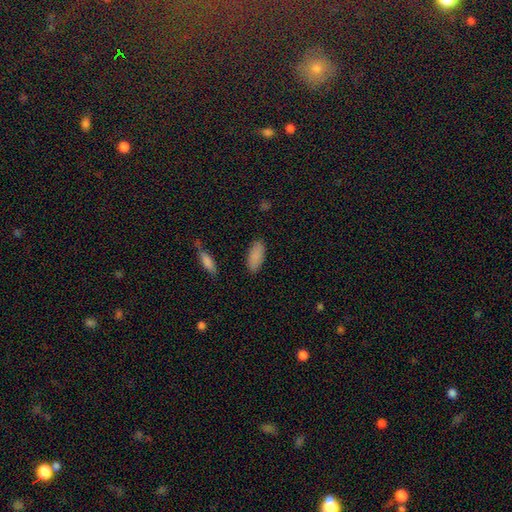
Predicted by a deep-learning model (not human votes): smooth_or_featured: smooth (p=0.88) [alt: star or artifact p=0.07]
how_rounded: in between (p=0.84) [alt: cigar-shaped p=0.14]
merging: none (p=0.85) [alt: minor disturbance p=0.10]